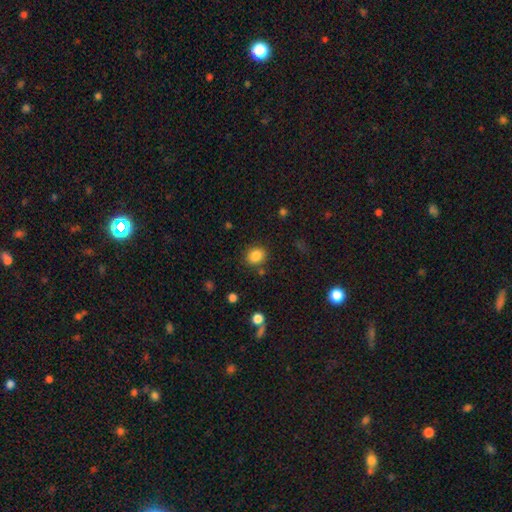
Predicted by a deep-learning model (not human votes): This is clearly a smooth galaxy (85%). How rounded: likely round (60%). Merging: clearly none (82%).